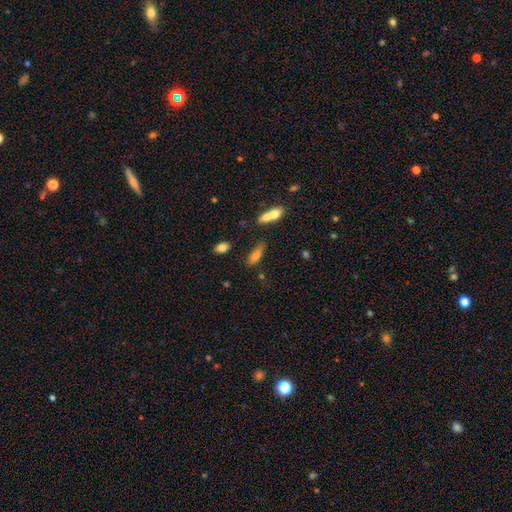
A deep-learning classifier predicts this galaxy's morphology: smooth 73%, featured or disk 16%, star or artifact 11%. Down the decision tree: how rounded — in between (57%); merging — none (53%).